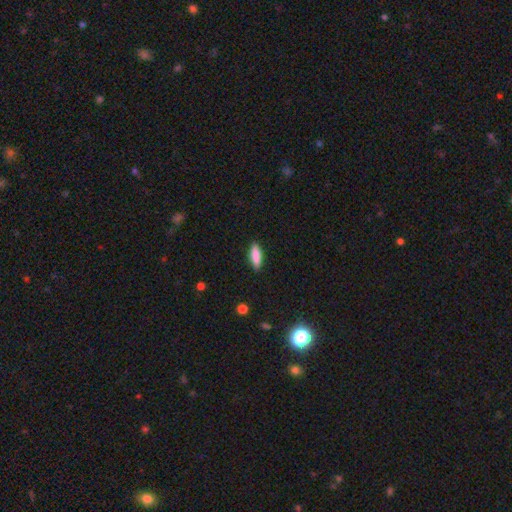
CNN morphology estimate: smooth-or-featured: smooth: 86% | featured or disk: 7% | star or artifact: 6%
  how-rounded: in between: 50% | cigar-shaped: 48% | round: 2%
  merging: none: 88% | minor disturbance: 9% | major disturbance: 2% | merger: 1%